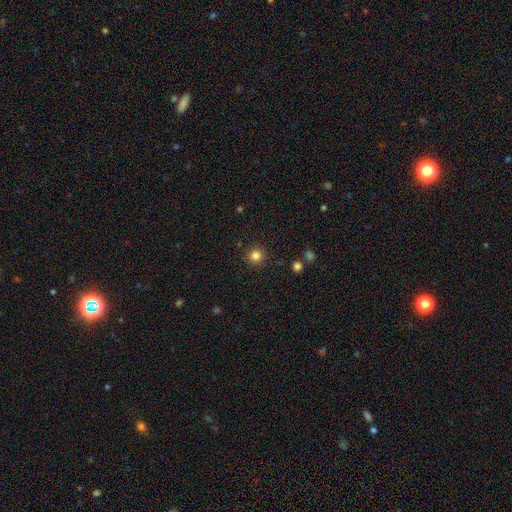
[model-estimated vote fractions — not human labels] Morphology: type=smooth (83%); roundness=round (95%); merging=none (91%).